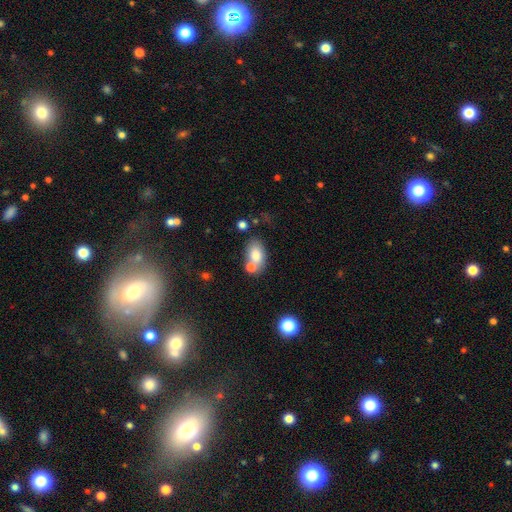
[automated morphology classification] Smooth or featured: smooth — 77% (featured or disk — 14%)
How rounded: in between — 88% (round — 11%)
Merging: none — 55% (merger — 25%)